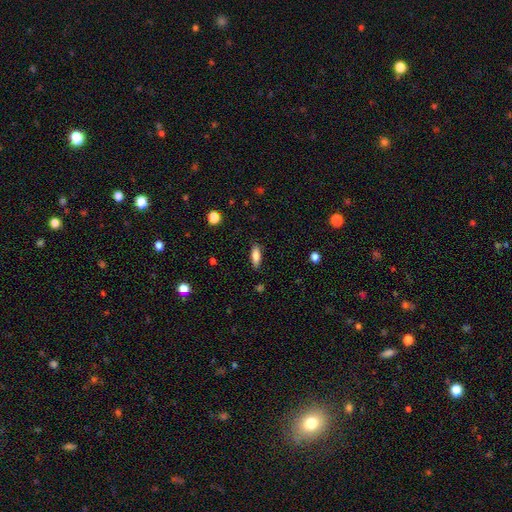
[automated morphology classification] Smooth or featured: smooth — 82% (featured or disk — 11%)
How rounded: in between — 67% (cigar-shaped — 31%)
Merging: none — 86% (minor disturbance — 10%)